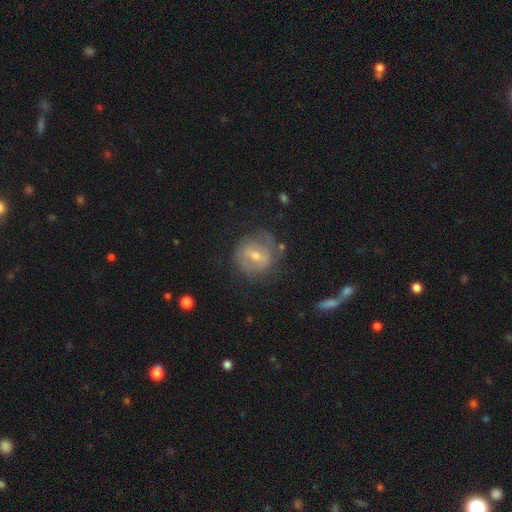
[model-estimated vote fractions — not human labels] A featured or disk galaxy (60%) with a weak bar (49%), spiral arms (53%) and a moderate central bulge (57%).

Vote fractions:
- Smooth or featured? featured or disk: 60% / smooth: 31% / star or artifact: 9%
- Edge-on disk? no: 95% / yes: 5%
- Bar? weak: 49% / strong: 27% / no: 24%
- Spiral arms? yes: 53% / no: 47%
- Bulge size? moderate: 57% / small: 38% / large: 2% / none: 1% / dominant: 1%
- Merging? none: 69% / minor disturbance: 19% / major disturbance: 10% / merger: 2%